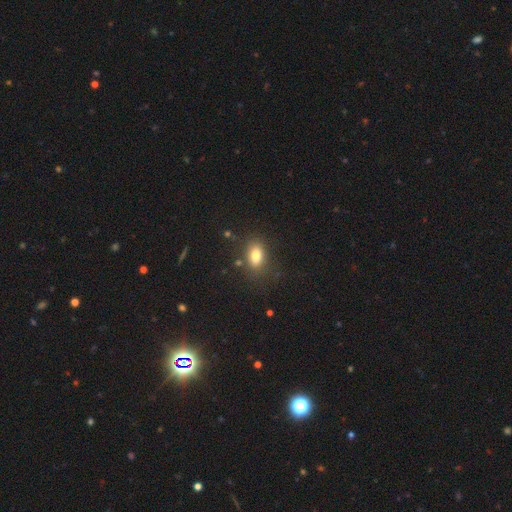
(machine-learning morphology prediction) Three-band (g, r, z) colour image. It shows a smooth galaxy with no disk features (80%) that is in between round and cigar-shaped (84%). Merging: none (79%).